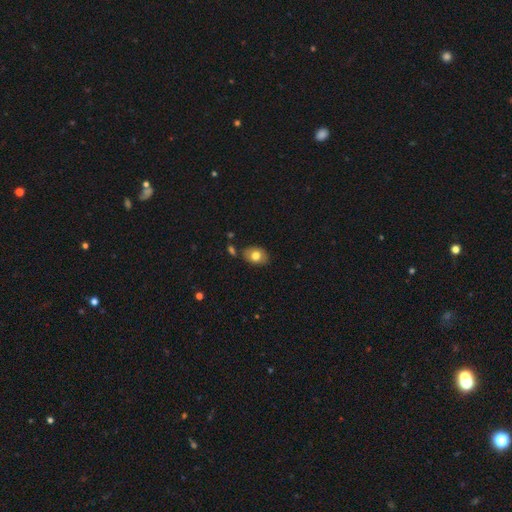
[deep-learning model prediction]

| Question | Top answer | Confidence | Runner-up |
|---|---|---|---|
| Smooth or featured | smooth | 75% | featured or disk (17%) |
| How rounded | in between | 74% | round (25%) |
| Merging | none | 77% | minor disturbance (14%) |